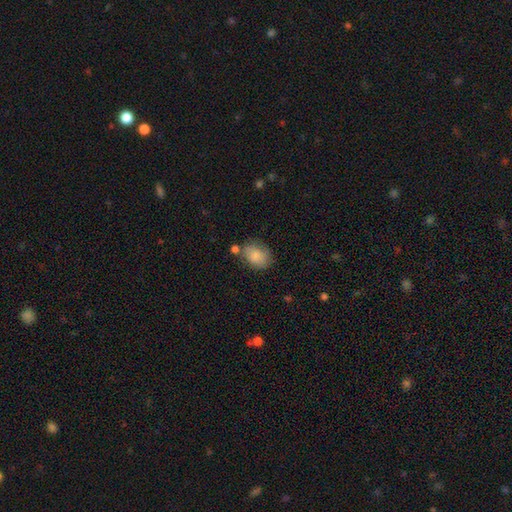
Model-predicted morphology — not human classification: Smooth or featured: smooth — 83% (featured or disk — 10%)
How rounded: in between — 67% (round — 32%)
Merging: none — 65% (minor disturbance — 20%)